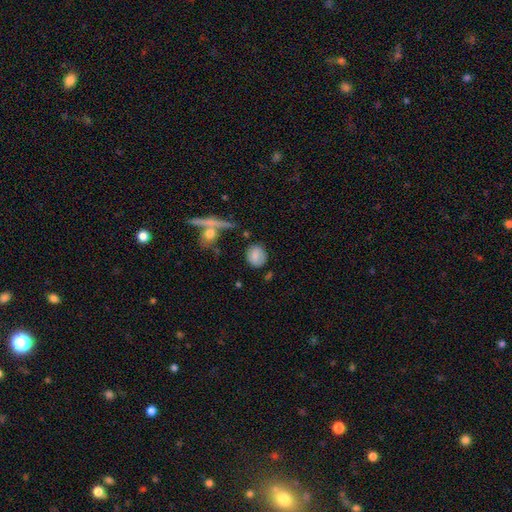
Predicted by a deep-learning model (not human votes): Q: Smooth or featured?
A: smooth (74%); runner-up: featured or disk (17%)
Q: How rounded?
A: round (60%); runner-up: in between (38%)
Q: Merging?
A: none (76%); runner-up: minor disturbance (16%)